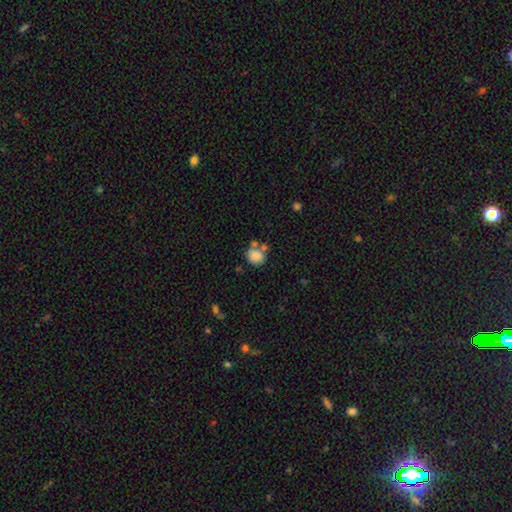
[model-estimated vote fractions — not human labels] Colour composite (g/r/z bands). It shows a smooth galaxy with no disk features (83%) that is round (64%). Merging: none (53%).